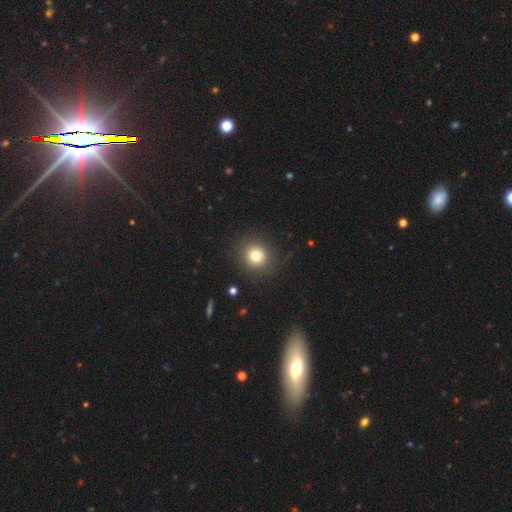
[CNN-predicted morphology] type=smooth (78%); roundness=round (90%); merging=none (88%).